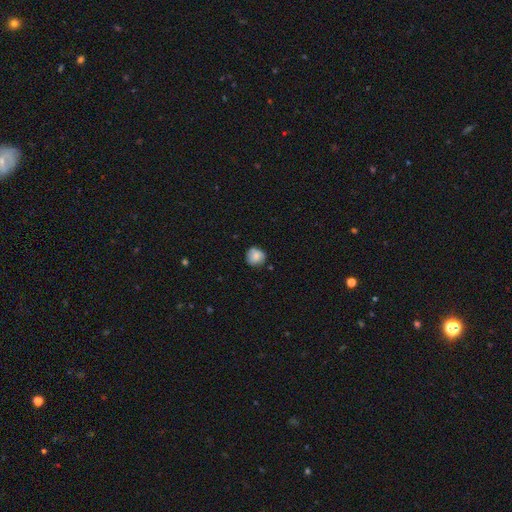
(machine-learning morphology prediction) Smooth or featured?
  - smooth: 81% *
  - featured or disk: 11%
  - star or artifact: 8%
How rounded?
  - round: 88% *
  - in between: 11%
  - cigar-shaped: 1%
Merging?
  - none: 74% *
  - minor disturbance: 20%
  - major disturbance: 4%
  - merger: 2%